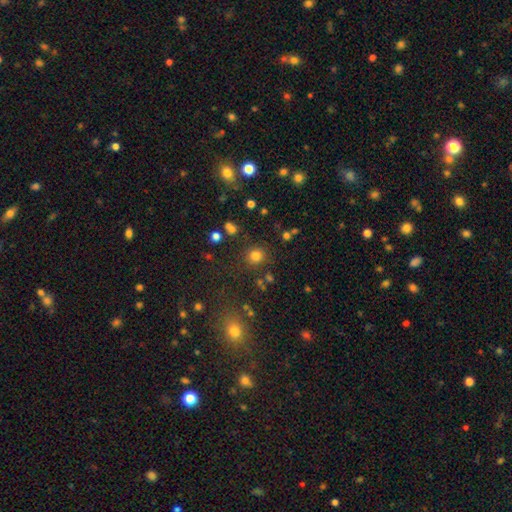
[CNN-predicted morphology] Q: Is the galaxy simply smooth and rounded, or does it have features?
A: smooth — 78%.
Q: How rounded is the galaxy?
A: round — 90%.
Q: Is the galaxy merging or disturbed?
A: none — 83%.